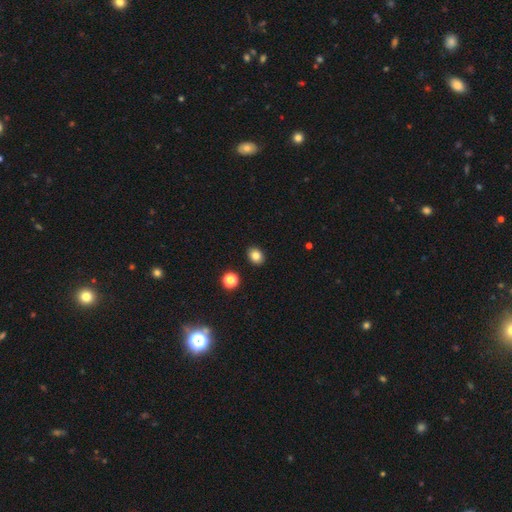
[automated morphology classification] smooth_or_featured: smooth (p=0.82) [alt: star or artifact p=0.11]
how_rounded: in between (p=0.50) [alt: round p=0.49]
merging: none (p=0.90) [alt: minor disturbance p=0.06]